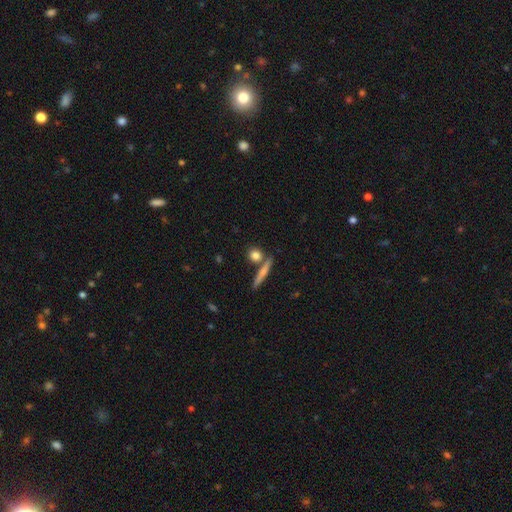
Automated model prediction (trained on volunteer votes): This appears to be a smooth galaxy with no disk features (78%) that is round (61%). Merging: none (71%).